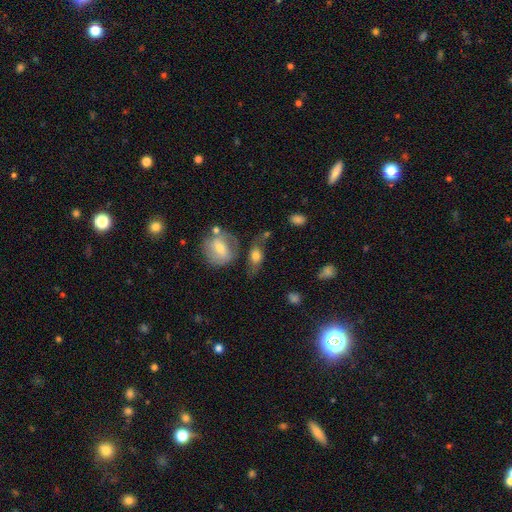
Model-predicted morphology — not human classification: Smooth or featured? Predicted: smooth (p=0.58). How rounded? Predicted: in between (p=0.72). Merging? Predicted: none (p=0.49).